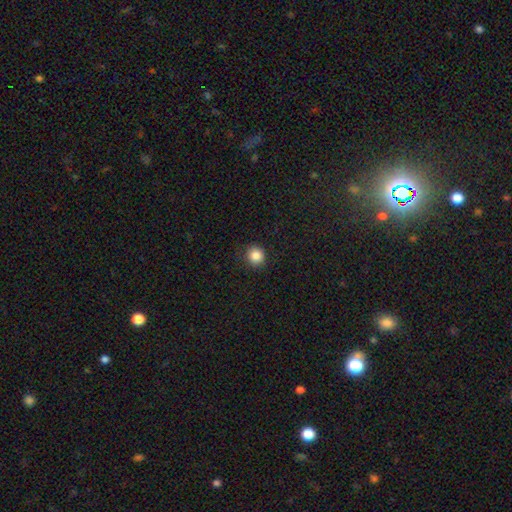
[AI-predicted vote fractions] Smooth or featured? Predicted: smooth (p=0.85). How rounded? Predicted: round (p=0.90). Merging? Predicted: none (p=0.90).